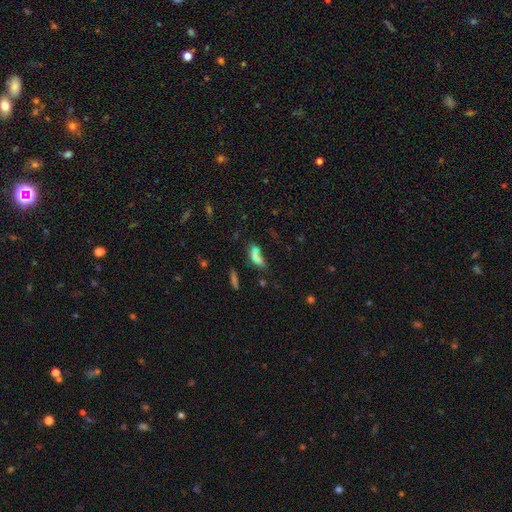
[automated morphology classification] Smooth or featured? Predicted: smooth (p=0.68). How rounded? Predicted: in between (p=0.69). Merging? Predicted: none (p=0.32).